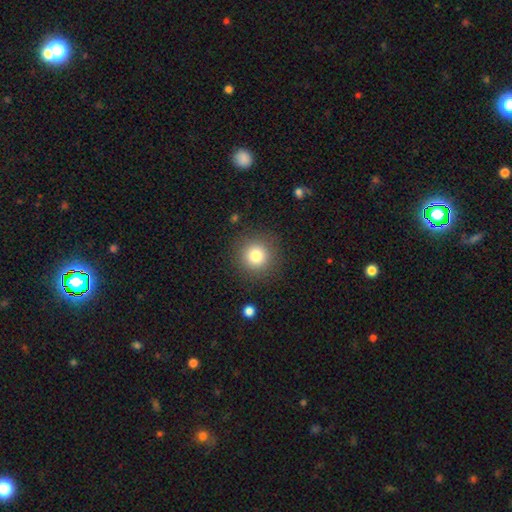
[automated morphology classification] The model was most divided on "smooth or featured": smooth: 80%, star or artifact: 12%, featured or disk: 8%. More confident: how rounded — round (94%); merging — none (88%).